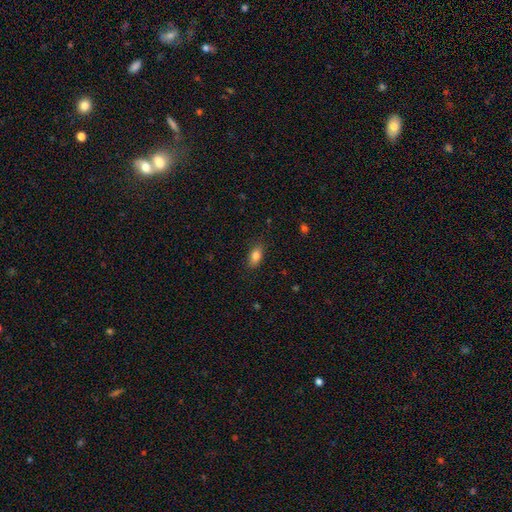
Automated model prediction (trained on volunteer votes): Smooth or featured: smooth — 82% (featured or disk — 10%)
How rounded: in between — 87% (cigar-shaped — 7%)
Merging: none — 85% (minor disturbance — 12%)